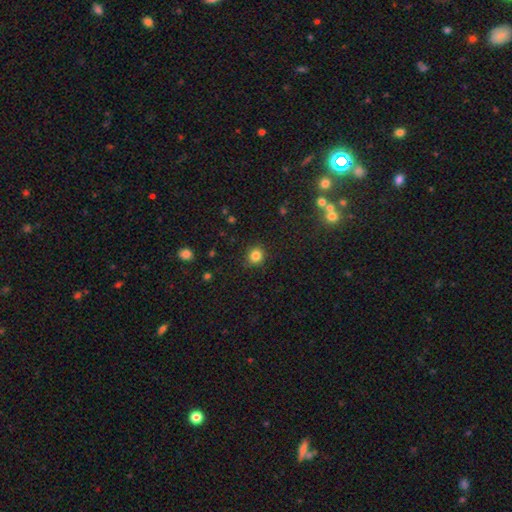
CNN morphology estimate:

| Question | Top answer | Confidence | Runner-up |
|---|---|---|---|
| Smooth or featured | smooth | 84% | star or artifact (12%) |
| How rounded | round | 87% | in between (12%) |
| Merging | none | 88% | minor disturbance (9%) |